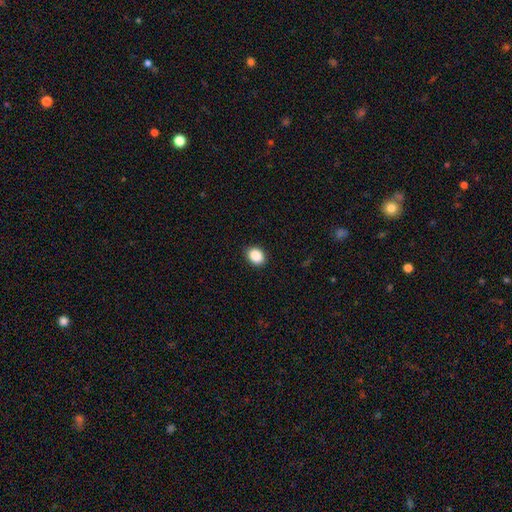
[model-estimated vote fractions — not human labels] Q: Smooth or featured?
A: smooth (89%); runner-up: star or artifact (8%)
Q: How rounded?
A: in between (58%); runner-up: round (41%)
Q: Merging?
A: none (90%); runner-up: minor disturbance (7%)